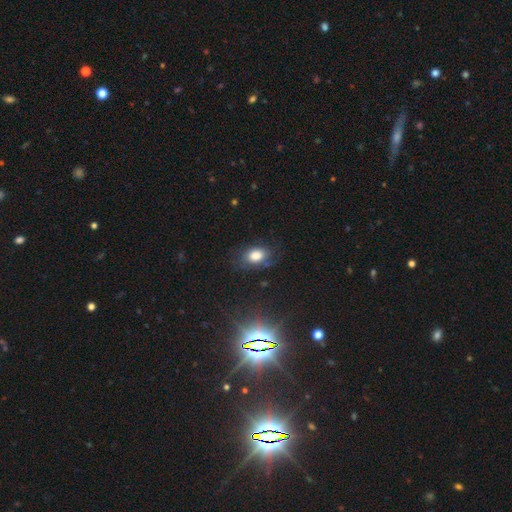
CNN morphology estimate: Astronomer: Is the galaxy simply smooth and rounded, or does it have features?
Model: smooth — 74%.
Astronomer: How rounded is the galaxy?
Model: in between — 85%.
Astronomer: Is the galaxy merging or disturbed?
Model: none — 67%.